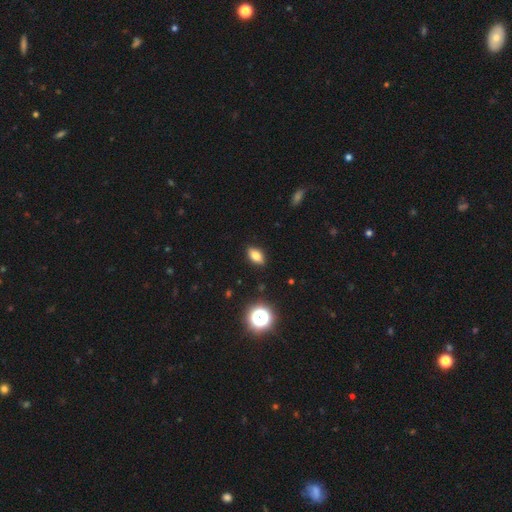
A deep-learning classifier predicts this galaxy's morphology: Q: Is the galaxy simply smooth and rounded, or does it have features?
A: smooth — 75%.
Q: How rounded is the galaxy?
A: in between — 84%.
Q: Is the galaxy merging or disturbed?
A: none — 89%.